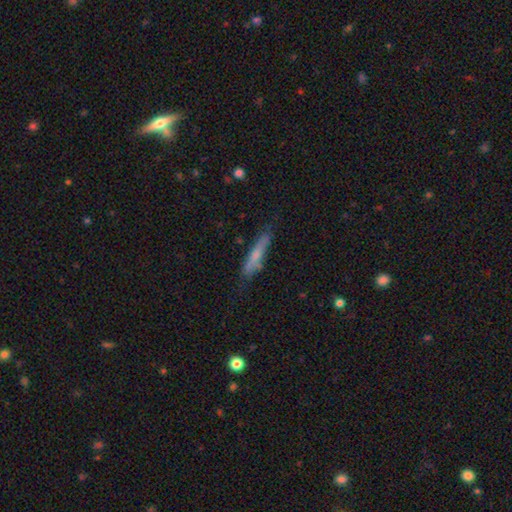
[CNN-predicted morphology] Smooth or featured? Predicted: smooth (p=0.61). How rounded? Predicted: cigar-shaped (p=0.88). Merging? Predicted: none (p=0.71).